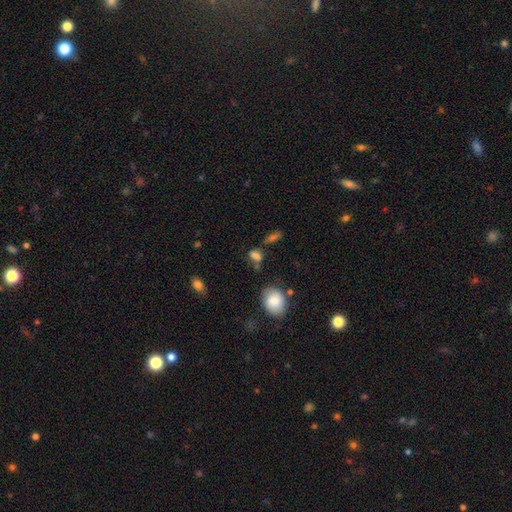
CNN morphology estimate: smooth-or-featured: smooth: 75% | star or artifact: 14% | featured or disk: 11%
  how-rounded: in between: 73% | round: 22% | cigar-shaped: 5%
  merging: none: 52% | minor disturbance: 20% | merger: 17% | major disturbance: 10%